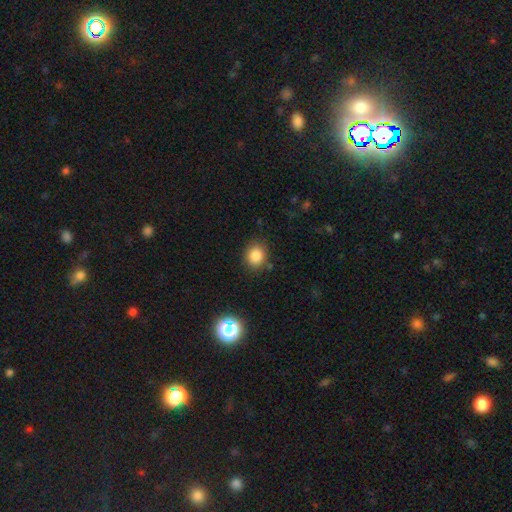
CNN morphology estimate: smooth_or_featured: smooth (p=0.84) [alt: star or artifact p=0.11]
how_rounded: round (p=0.70) [alt: in between p=0.29]
merging: none (p=0.83) [alt: minor disturbance p=0.11]